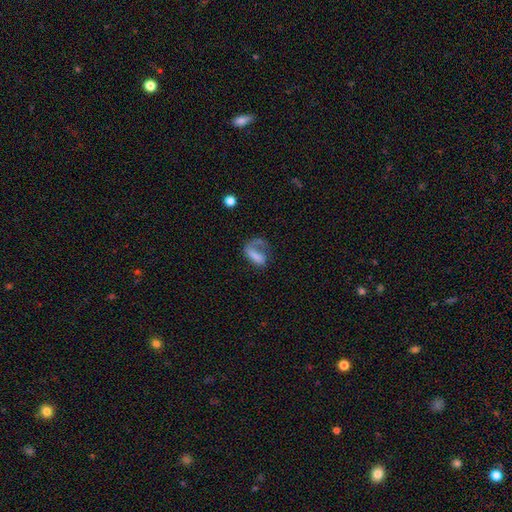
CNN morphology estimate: The model was most divided on "smooth or featured": smooth: 54%, featured or disk: 36%, star or artifact: 10%. Remaining: how rounded — in between (78%); merging — major disturbance (49%).